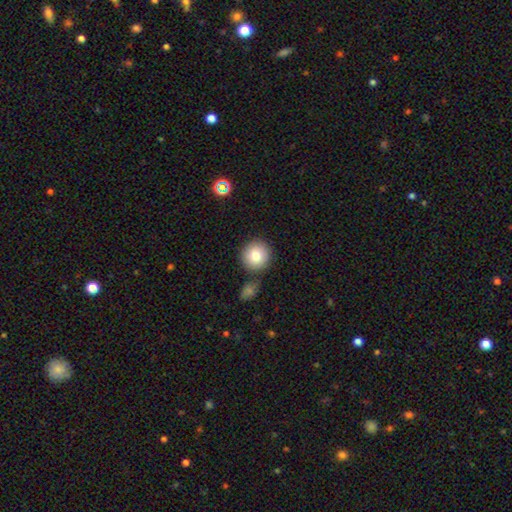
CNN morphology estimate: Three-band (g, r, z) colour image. It shows a smooth galaxy with no disk features (82%) that is round (92%). Merging: none (78%).